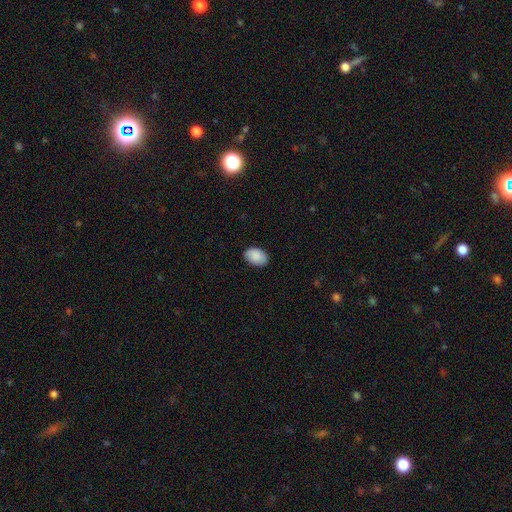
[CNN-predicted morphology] The model was most divided on "merging": none: 84%, minor disturbance: 13%, major disturbance: 2%, merger: 1%. More confident: smooth or featured — smooth (90%); how rounded — in between (87%).